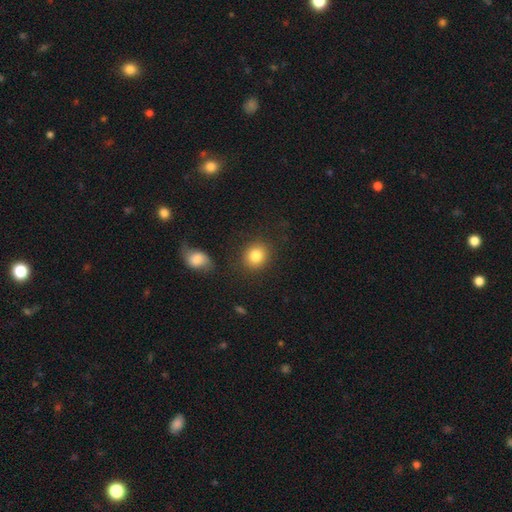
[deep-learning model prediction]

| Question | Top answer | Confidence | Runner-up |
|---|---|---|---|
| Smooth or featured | smooth | 84% | star or artifact (9%) |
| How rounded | round | 78% | in between (21%) |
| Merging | none | 84% | minor disturbance (9%) |